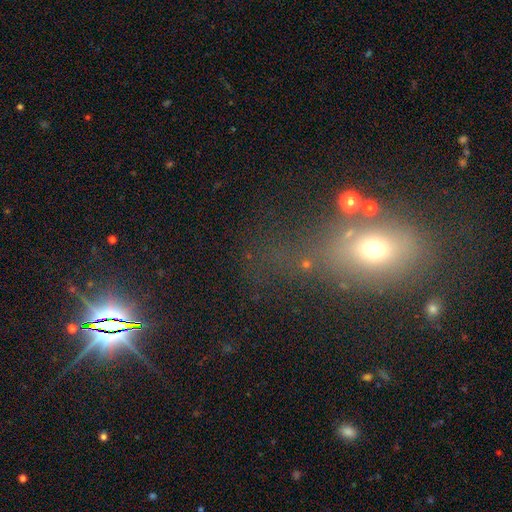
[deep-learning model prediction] smooth 45%, star or artifact 38%, featured or disk 17%. Down the decision tree: merging — none (50%).